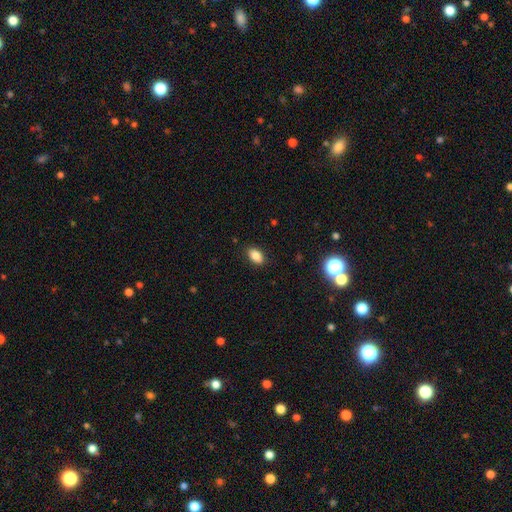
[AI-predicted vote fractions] Smooth or featured: smooth — 85% (star or artifact — 9%)
How rounded: in between — 91% (round — 7%)
Merging: none — 87% (minor disturbance — 9%)